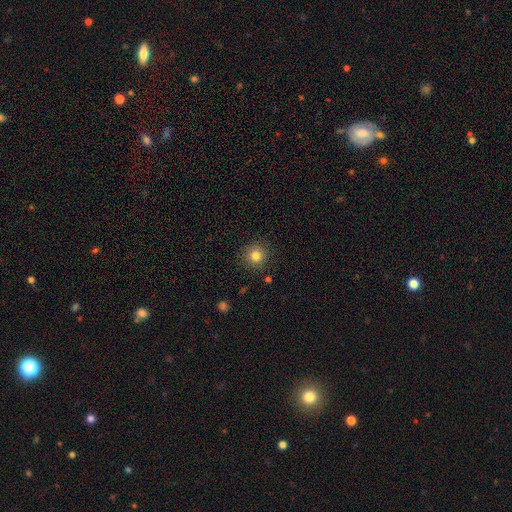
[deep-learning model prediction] A smooth galaxy with no disk features (81%) that is round (94%).

Vote fractions:
- Smooth or featured? smooth: 81% / star or artifact: 12% / featured or disk: 7%
- How rounded? round: 94% / in between: 5% / cigar-shaped: 1%
- Merging? none: 89% / minor disturbance: 7% / major disturbance: 2% / merger: 2%